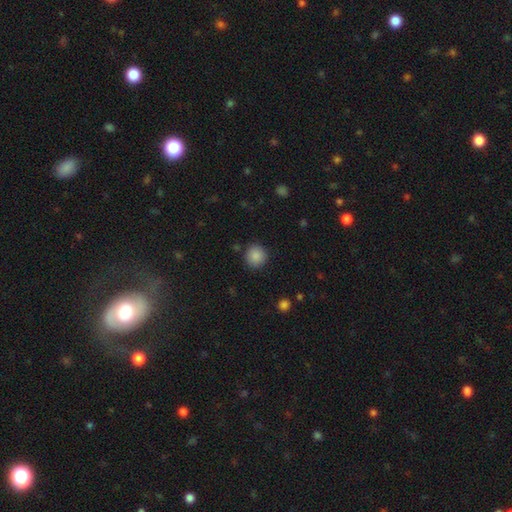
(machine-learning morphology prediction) smooth 87%, star or artifact 9%, featured or disk 4%. Down the decision tree: how rounded — round (91%); merging — none (88%).